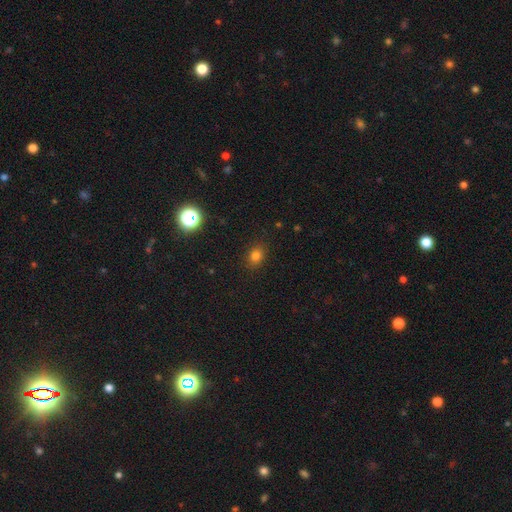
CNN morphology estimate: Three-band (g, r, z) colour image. It shows a smooth galaxy with no disk features (77%) that is in between round and cigar-shaped (52%). Merging: none (86%).